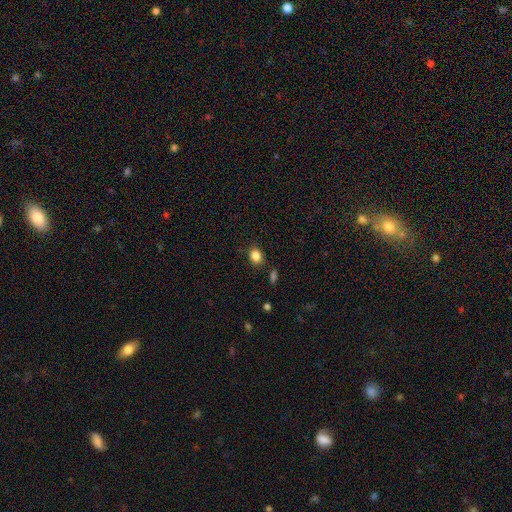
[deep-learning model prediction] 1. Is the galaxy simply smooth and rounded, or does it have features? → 85% smooth, 10% star or artifact, 5% featured or disk.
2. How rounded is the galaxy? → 51% round, 48% in between, 1% cigar-shaped.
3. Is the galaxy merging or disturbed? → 83% none, 11% minor disturbance, 3% merger, 3% major disturbance.